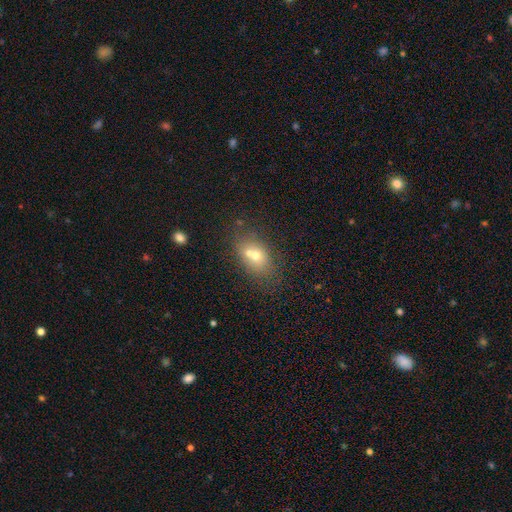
Overall: smooth (62%; featured or disk 28%). How rounded: round (50%; in between 46%). Merging: merger (46%; none 40%).